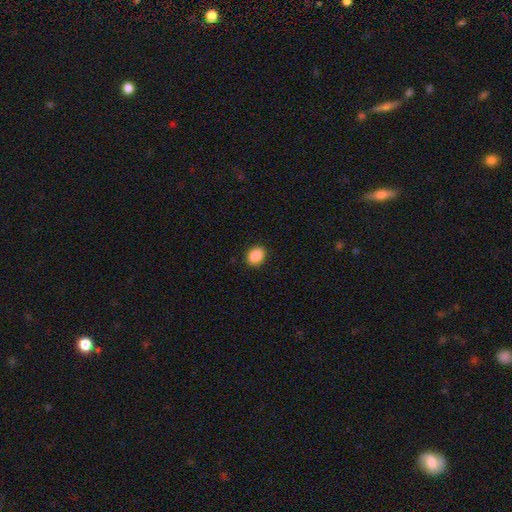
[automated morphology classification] Smooth or featured? smooth (89%)
How rounded? in between (60%)
Merging? none (90%)